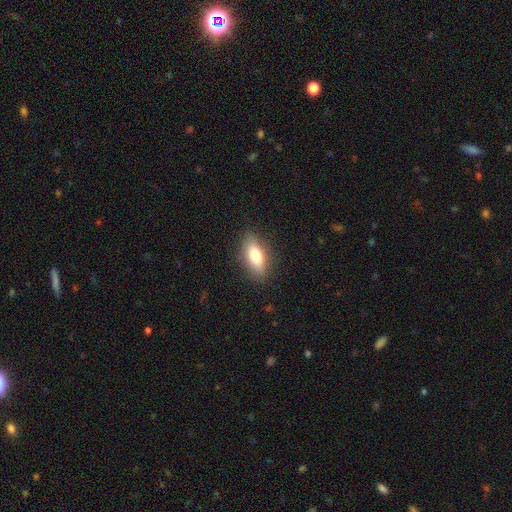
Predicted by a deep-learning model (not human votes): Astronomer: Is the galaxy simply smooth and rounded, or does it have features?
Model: smooth — 72%.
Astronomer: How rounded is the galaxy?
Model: in between — 77%.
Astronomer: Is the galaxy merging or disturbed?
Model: none — 85%.